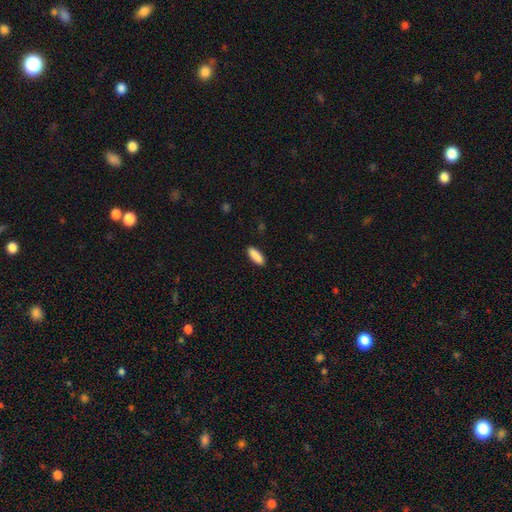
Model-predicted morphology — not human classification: Smooth or featured?
  - smooth: 90% *
  - star or artifact: 6%
  - featured or disk: 4%
How rounded?
  - in between: 61% *
  - cigar-shaped: 37%
  - round: 2%
Merging?
  - none: 89% *
  - minor disturbance: 8%
  - major disturbance: 2%
  - merger: 1%